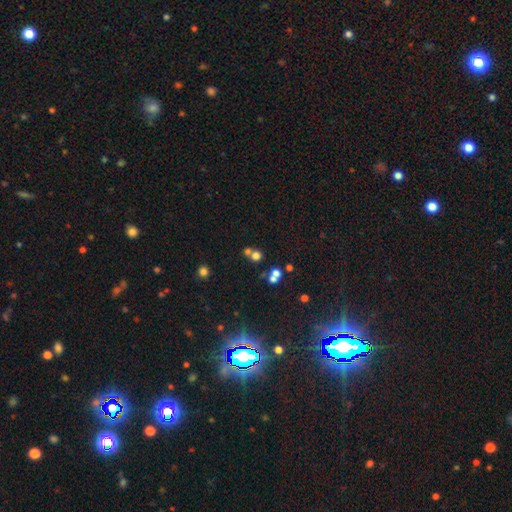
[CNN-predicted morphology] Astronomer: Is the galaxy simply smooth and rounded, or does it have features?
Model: smooth — 65%.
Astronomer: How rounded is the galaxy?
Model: round — 86%.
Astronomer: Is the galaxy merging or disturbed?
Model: none — 51% (runner-up: merger, 39%).